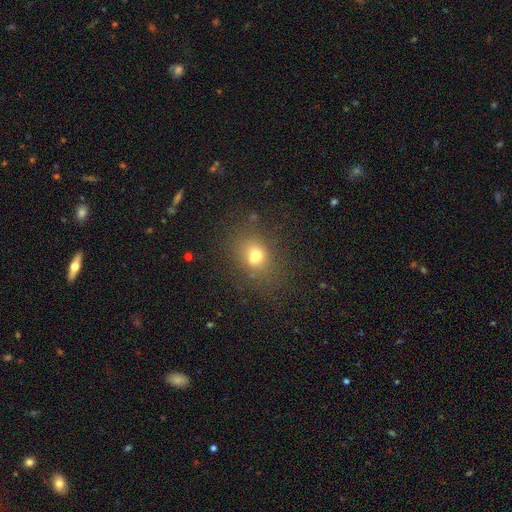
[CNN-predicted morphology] Smooth or featured: smooth — 66% (star or artifact — 17%)
How rounded: in between — 51% (round — 47%)
Merging: none — 59% (merger — 18%)